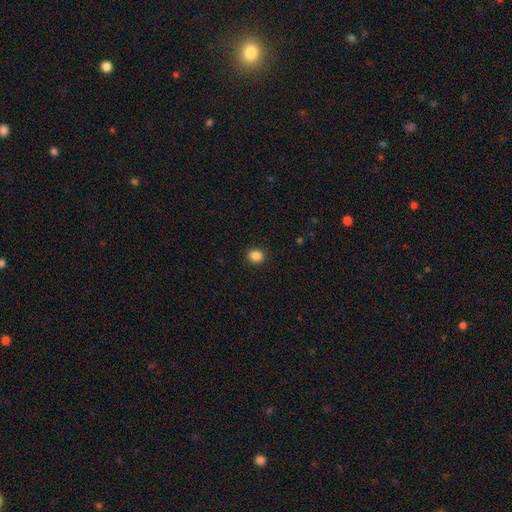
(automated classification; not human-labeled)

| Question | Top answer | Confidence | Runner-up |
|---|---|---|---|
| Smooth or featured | smooth | 86% | star or artifact (11%) |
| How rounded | round | 82% | in between (17%) |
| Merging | none | 91% | minor disturbance (6%) |